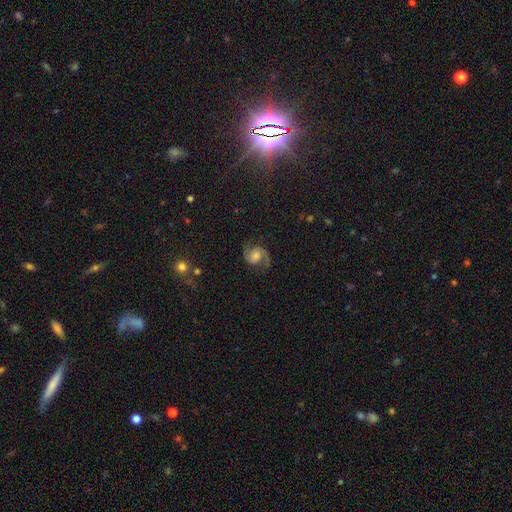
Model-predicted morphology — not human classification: The model was most divided on "bar": no: 51%, weak: 40%, strong: 9%. Remaining: edge-on disk — no (98%); spiral arms — yes (97%); spiral arm count — 2 (92%); smooth or featured — featured or disk (82%); merging — none (78%); spiral winding — medium (56%); bulge size — moderate (47%).